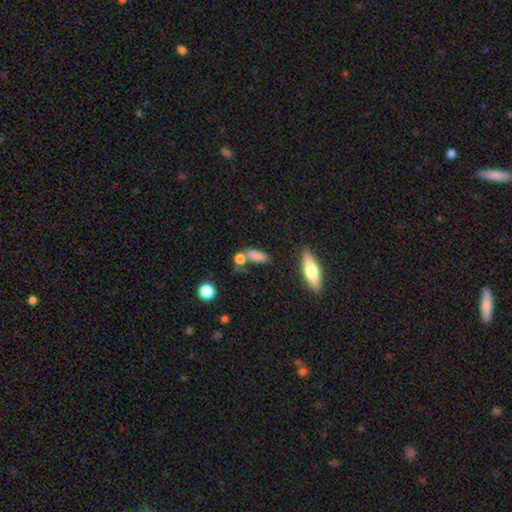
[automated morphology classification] This appears to be a smooth galaxy with no disk features (79%) that is in between round and cigar-shaped (64%). Merging: none (52%).